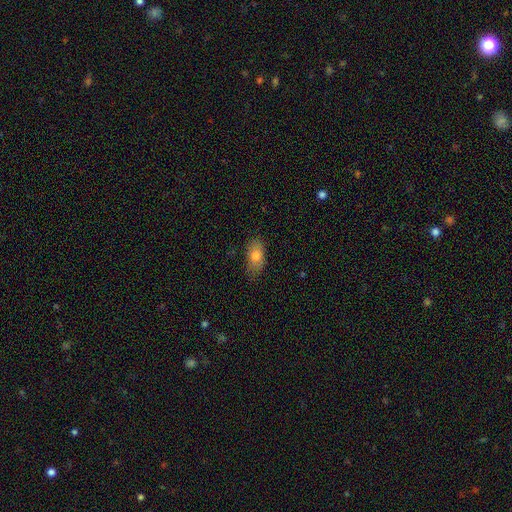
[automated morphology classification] type=smooth (78%); roundness=in between (89%); merging=none (73%).